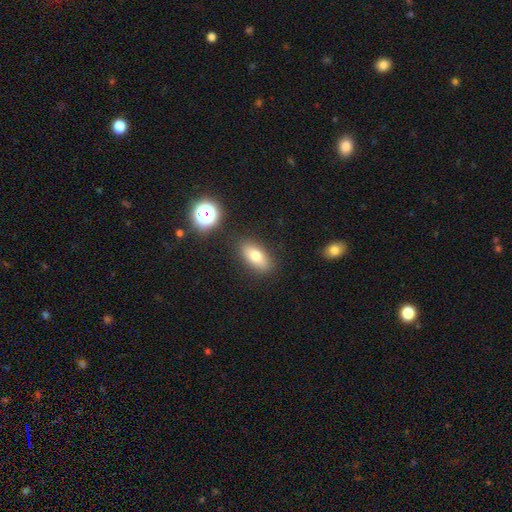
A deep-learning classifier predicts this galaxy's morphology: type=smooth (75%); roundness=in between (85%); merging=none (85%).